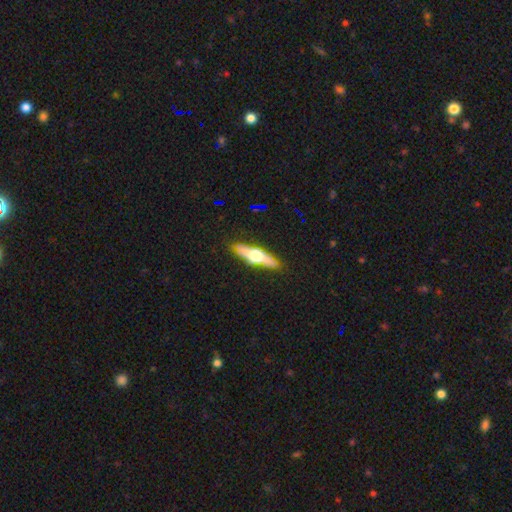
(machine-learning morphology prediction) Smooth or featured? Predicted: featured or disk (p=0.59). Edge-on disk? Predicted: yes (p=0.86). Edge-on bulge? Predicted: rounded (p=0.91). Merging? Predicted: none (p=0.85).